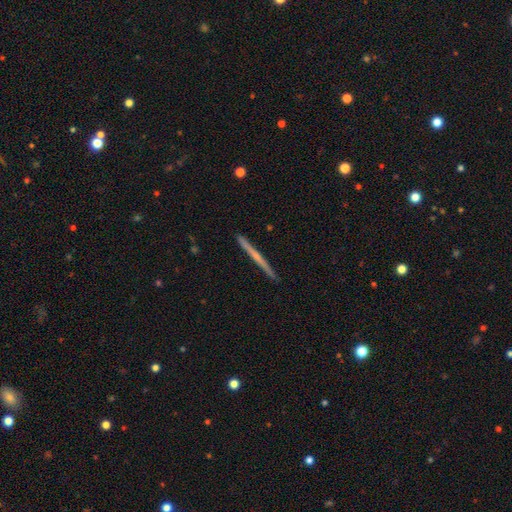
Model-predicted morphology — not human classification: Smooth or featured? Predicted: featured or disk (p=0.63). Edge-on disk? Predicted: yes (p=0.98). Edge-on bulge? Predicted: none (p=0.61). Merging? Predicted: none (p=0.92).